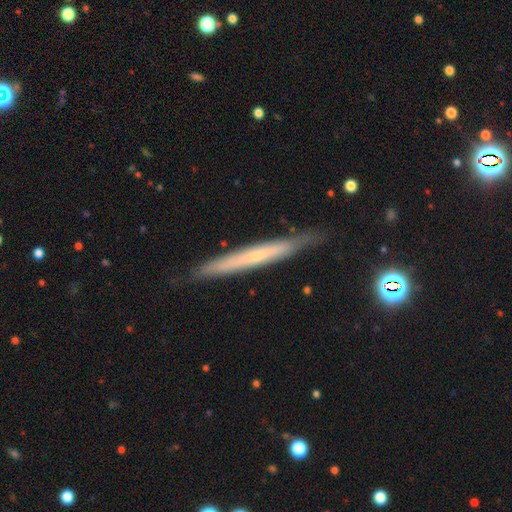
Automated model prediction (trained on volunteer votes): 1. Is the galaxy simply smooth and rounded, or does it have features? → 51% featured or disk, 42% smooth, 7% star or artifact.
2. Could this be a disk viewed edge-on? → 92% yes, 8% no.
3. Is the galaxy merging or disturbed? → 85% none, 12% minor disturbance, 2% major disturbance, 1% merger.